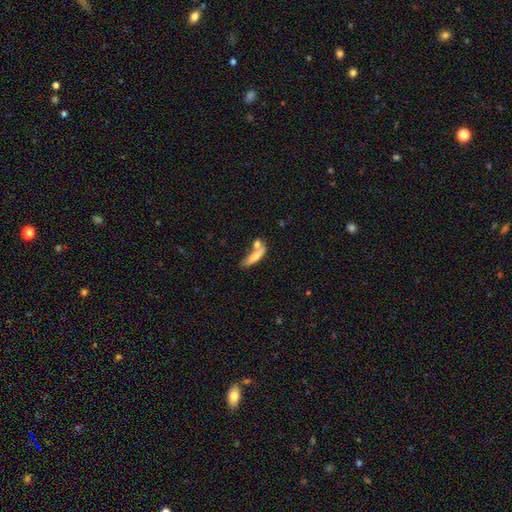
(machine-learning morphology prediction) type=smooth (67%); roundness=cigar-shaped (67%); merging=none (40%).